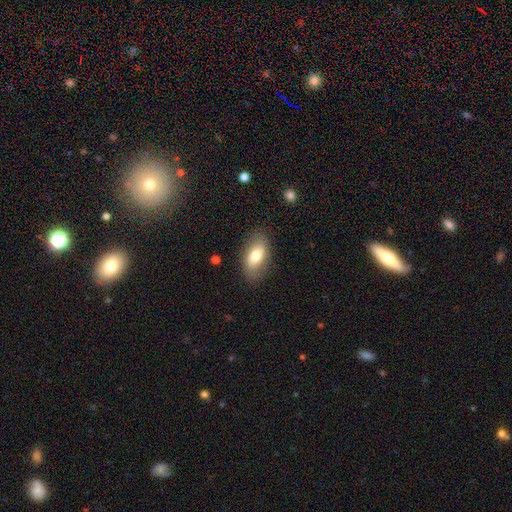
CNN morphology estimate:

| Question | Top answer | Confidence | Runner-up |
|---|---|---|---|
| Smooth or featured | smooth | 71% | featured or disk (22%) |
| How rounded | in between | 91% | round (5%) |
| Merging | none | 84% | minor disturbance (12%) |